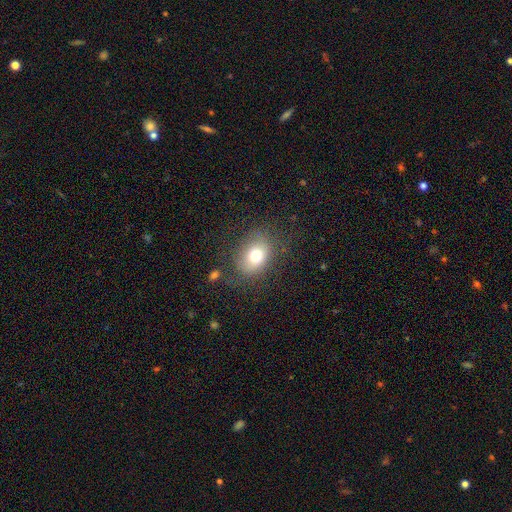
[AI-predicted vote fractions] smooth-or-featured: smooth: 75% | featured or disk: 14% | star or artifact: 11%
  how-rounded: in between: 63% | round: 36% | cigar-shaped: 1%
  merging: none: 74% | minor disturbance: 16% | major disturbance: 8% | merger: 2%